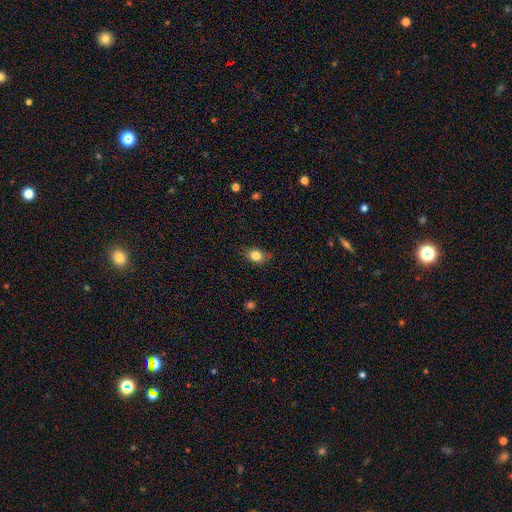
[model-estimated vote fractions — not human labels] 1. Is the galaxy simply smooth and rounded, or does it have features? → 83% smooth, 9% star or artifact, 7% featured or disk.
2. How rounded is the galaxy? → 64% in between, 35% round, 2% cigar-shaped.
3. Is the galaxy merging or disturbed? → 77% none, 18% minor disturbance, 4% major disturbance, 1% merger.